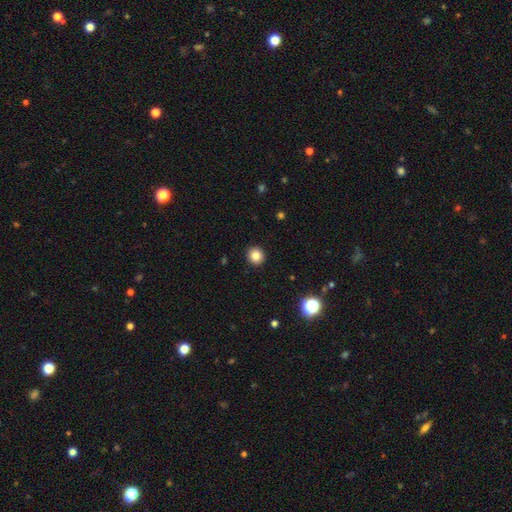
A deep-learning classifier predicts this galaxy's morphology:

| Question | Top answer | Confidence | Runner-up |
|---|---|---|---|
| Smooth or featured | smooth | 83% | star or artifact (11%) |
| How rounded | round | 91% | in between (8%) |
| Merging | none | 92% | minor disturbance (5%) |